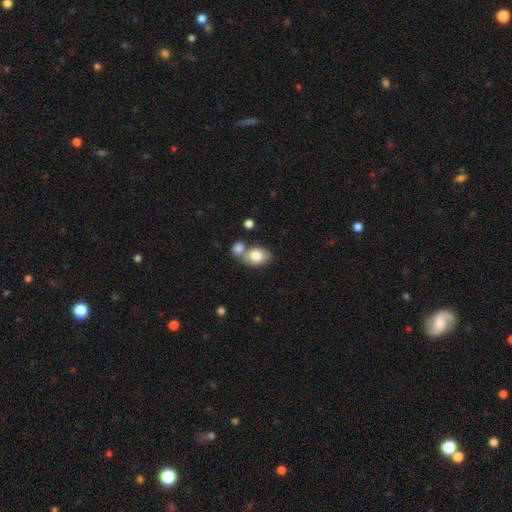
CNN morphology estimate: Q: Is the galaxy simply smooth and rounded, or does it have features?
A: smooth — 80%.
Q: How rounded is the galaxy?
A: in between — 68%.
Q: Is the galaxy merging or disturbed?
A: merger — 43%.